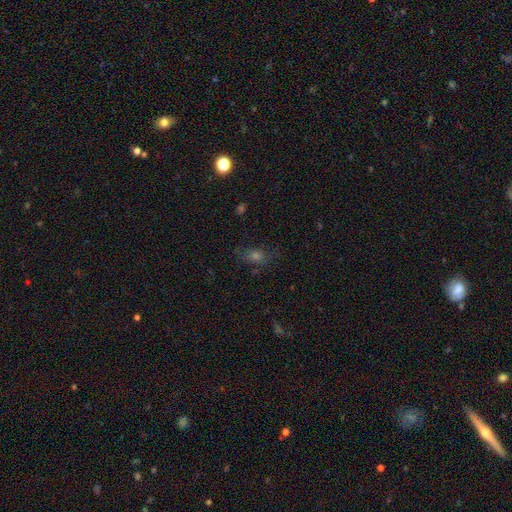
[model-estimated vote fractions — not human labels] Smooth or featured? Predicted: smooth (p=0.47). Merging? Predicted: none (p=0.72).